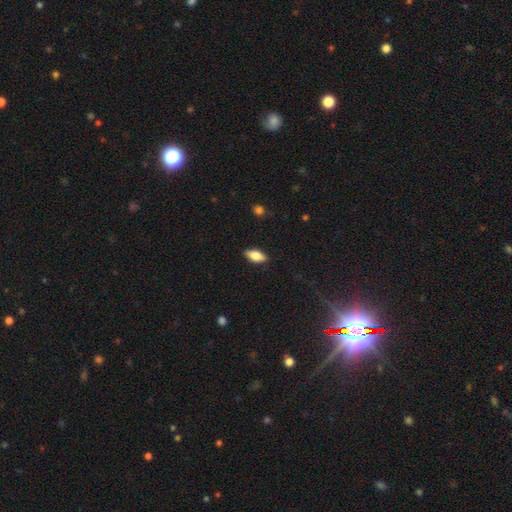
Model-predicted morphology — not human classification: Q: Smooth or featured?
A: smooth (74%); runner-up: featured or disk (19%)
Q: How rounded?
A: in between (83%); runner-up: cigar-shaped (14%)
Q: Merging?
A: none (87%); runner-up: minor disturbance (10%)